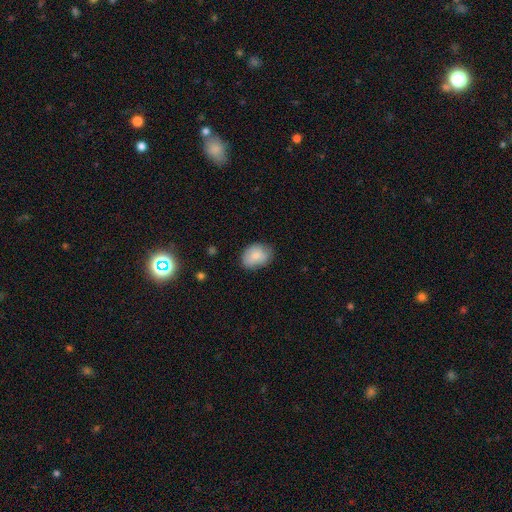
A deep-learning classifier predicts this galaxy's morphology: A smooth galaxy with no disk features (82%) that is in between round and cigar-shaped (69%). Merging: none (75%).